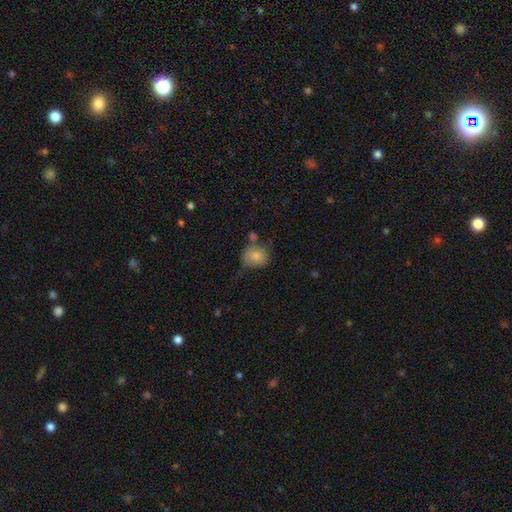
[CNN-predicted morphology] type=smooth (80%); roundness=round (70%); merging=none (53%).